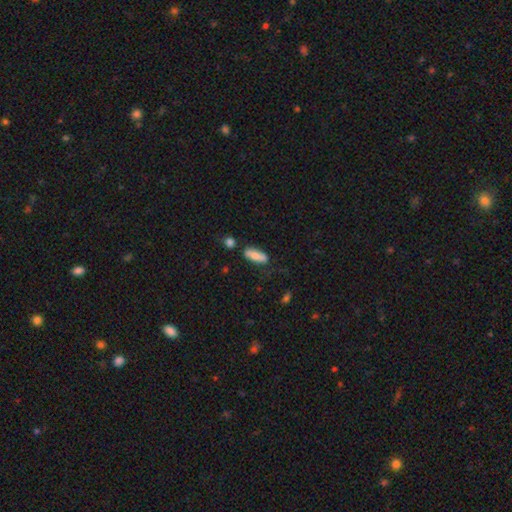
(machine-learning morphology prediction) smooth 76%, featured or disk 17%, star or artifact 7%. Down the decision tree: how rounded — in between (59%); merging — none (68%).